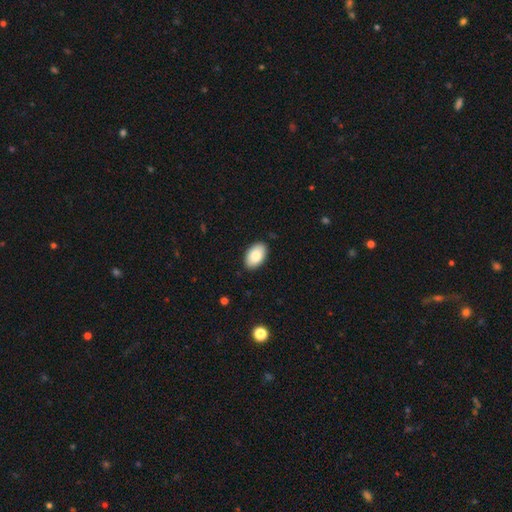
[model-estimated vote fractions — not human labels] Smooth or featured? Predicted: smooth (p=0.84). How rounded? Predicted: in between (p=0.94). Merging? Predicted: none (p=0.89).